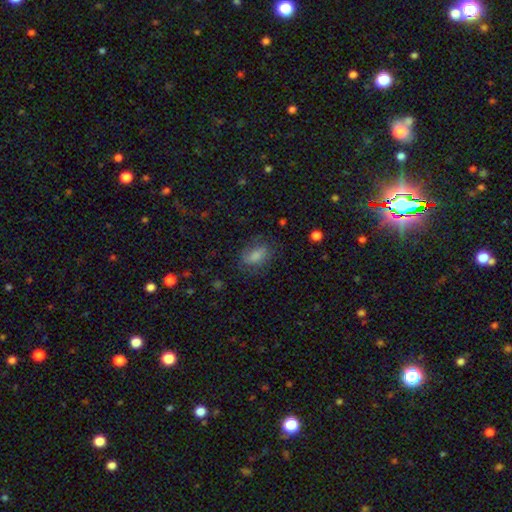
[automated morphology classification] Smooth or featured? smooth (64%)
How rounded? in between (81%)
Merging? none (73%)